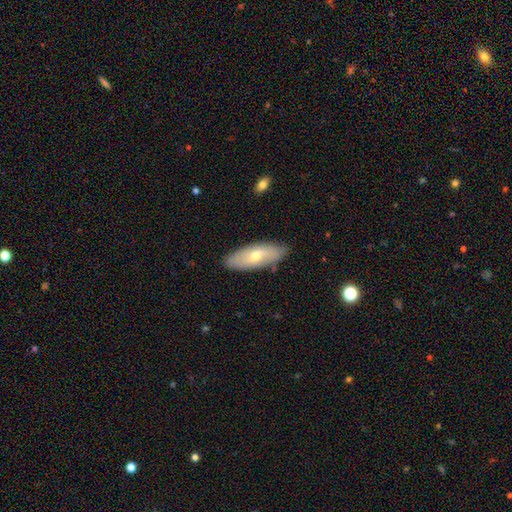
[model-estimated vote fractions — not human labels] Smooth or featured: smooth — 56% (featured or disk — 38%)
How rounded: in between — 73% (cigar-shaped — 25%)
Merging: none — 84% (minor disturbance — 12%)